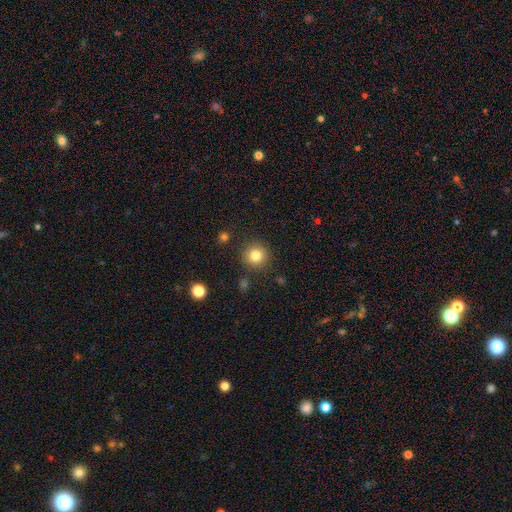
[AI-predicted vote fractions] Smooth or featured? smooth (83%)
How rounded? round (94%)
Merging? none (88%)